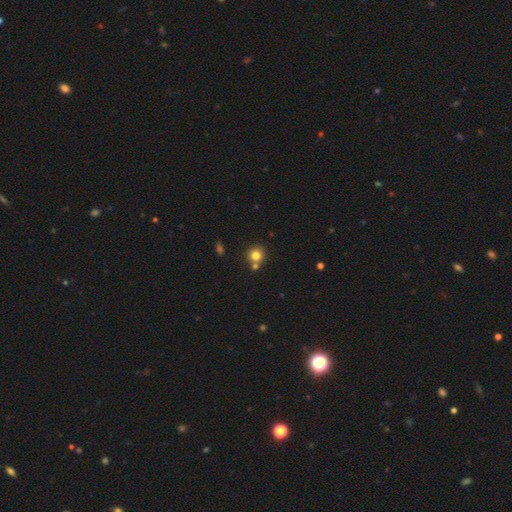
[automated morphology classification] A smooth galaxy with no disk features (80%) that is round (92%). Merging: none (70%).